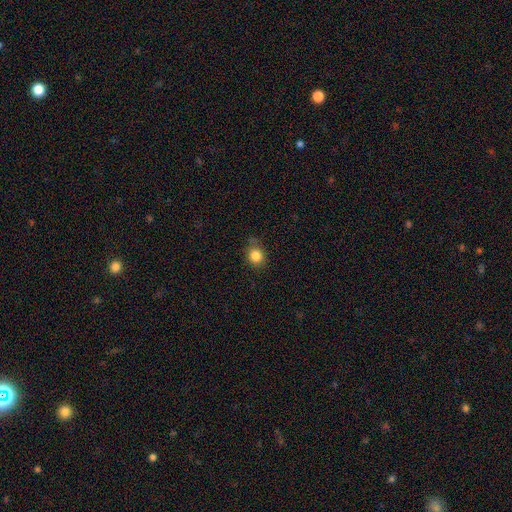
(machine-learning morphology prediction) smooth_or_featured: smooth (p=0.84) [alt: star or artifact p=0.11]
how_rounded: round (p=0.74) [alt: in between p=0.25]
merging: none (p=0.72) [alt: minor disturbance p=0.21]